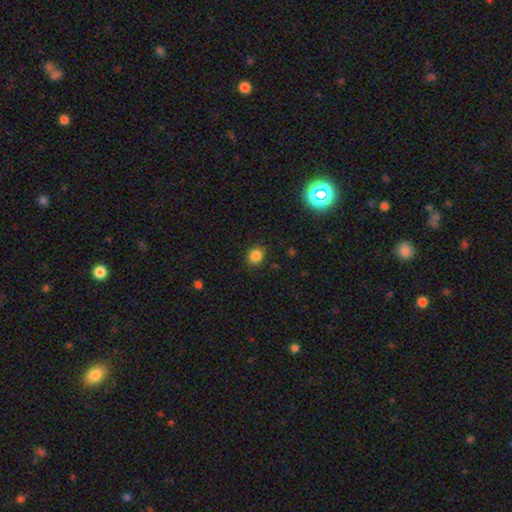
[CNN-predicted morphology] smooth_or_featured: smooth (p=0.83) [alt: star or artifact p=0.12]
how_rounded: round (p=0.76) [alt: in between p=0.23]
merging: none (p=0.85) [alt: minor disturbance p=0.11]